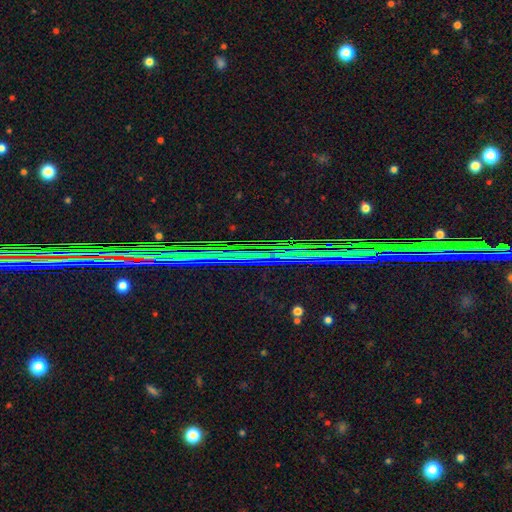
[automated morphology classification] Q: Smooth or featured?
A: star or artifact (86%); runner-up: featured or disk (8%)